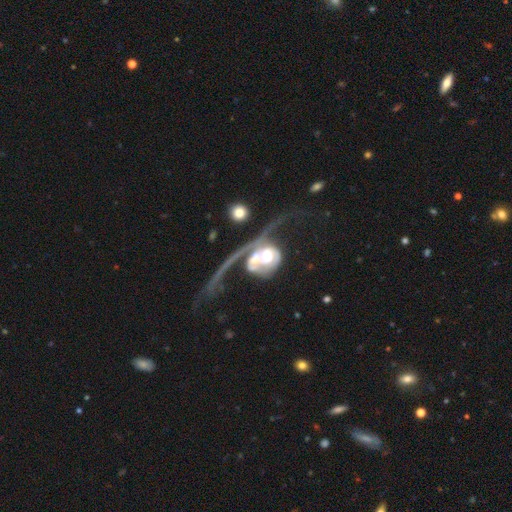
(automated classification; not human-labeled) featured or disk 73%, smooth 20%, star or artifact 7%. Down the decision tree: edge-on disk — no (93%); bar — no (70%); spiral arms — yes (72%); bulge size — moderate (48%); merging — merger (39%, tied with major disturbance).